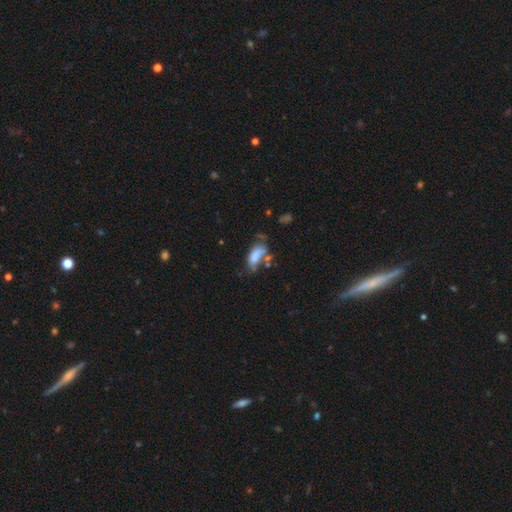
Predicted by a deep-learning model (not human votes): Smooth or featured? smooth (71%)
How rounded? in between (85%)
Merging? none (31%)